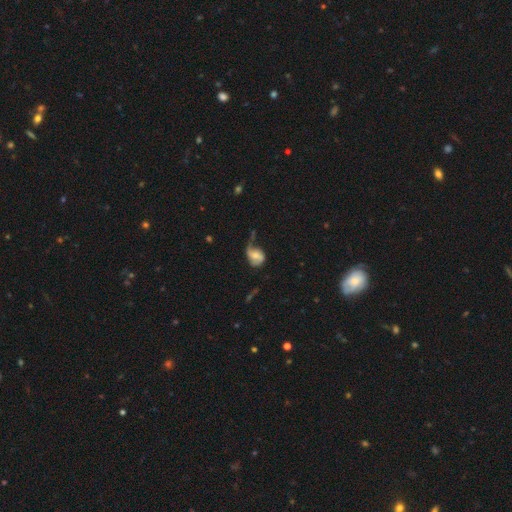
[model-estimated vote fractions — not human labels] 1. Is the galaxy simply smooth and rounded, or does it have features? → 54% featured or disk, 38% smooth, 8% star or artifact.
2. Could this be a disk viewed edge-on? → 97% no, 3% yes.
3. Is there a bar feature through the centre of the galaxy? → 50% no, 38% weak, 12% strong.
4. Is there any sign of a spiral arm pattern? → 80% yes, 20% no.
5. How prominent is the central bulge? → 42% moderate, 41% small, 10% none, 6% large, 2% dominant.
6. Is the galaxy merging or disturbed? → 35% major disturbance, 30% none, 30% minor disturbance, 5% merger.